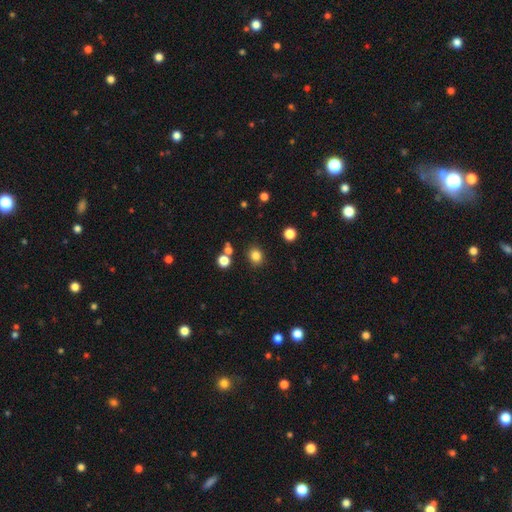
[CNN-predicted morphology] smooth 82%, star or artifact 13%, featured or disk 5%. Down the decision tree: how rounded — round (71%); merging — none (85%).